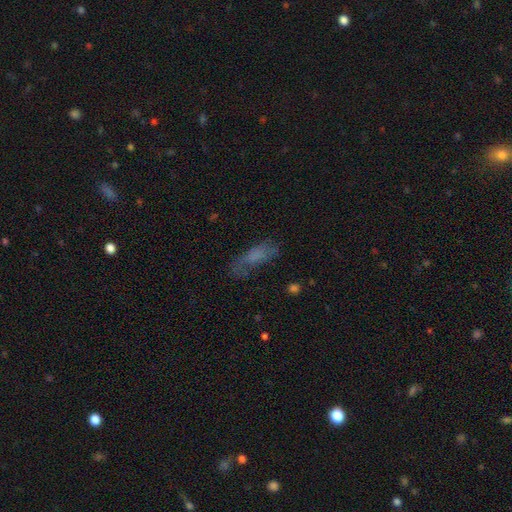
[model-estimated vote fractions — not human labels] This is likely a smooth galaxy (62%). How rounded: likely in between (60%). Merging: possibly none (53%).